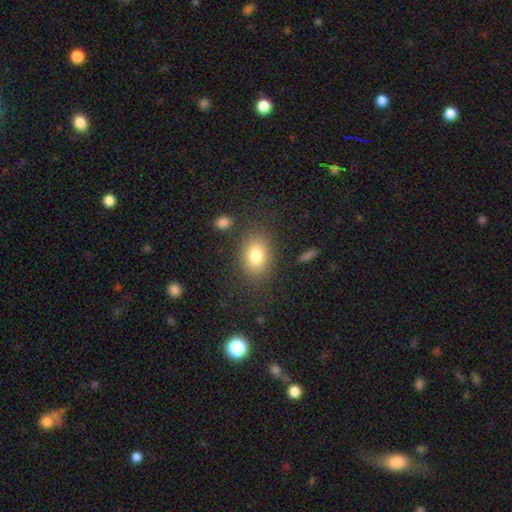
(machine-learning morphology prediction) A smooth galaxy with no disk features (80%) that is in between round and cigar-shaped (76%). Merging: none (81%).